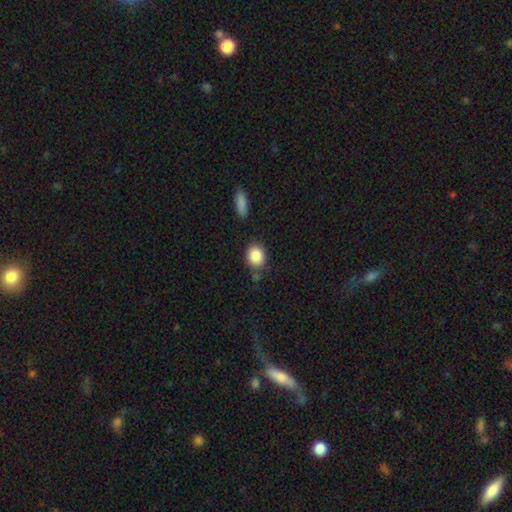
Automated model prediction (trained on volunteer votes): A smooth galaxy with no disk features (86%) that is round (58%).

Vote fractions:
- Smooth or featured? smooth: 86% / star or artifact: 8% / featured or disk: 6%
- How rounded? round: 58% / in between: 41% / cigar-shaped: 1%
- Merging? none: 75% / minor disturbance: 14% / merger: 7% / major disturbance: 4%